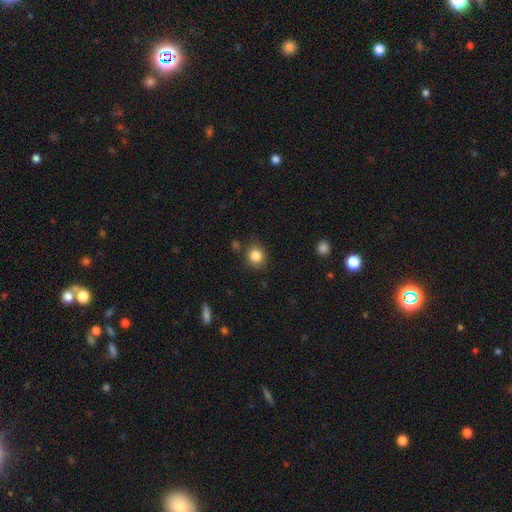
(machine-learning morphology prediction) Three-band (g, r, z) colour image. It shows a smooth galaxy with no disk features (85%) that is round (82%). Merging: none (82%).